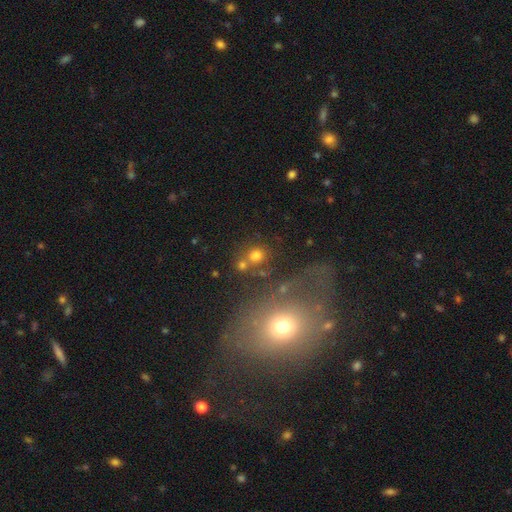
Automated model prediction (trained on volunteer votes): Morphology: type=smooth (69%); roundness=round (83%); merging=none (64%).